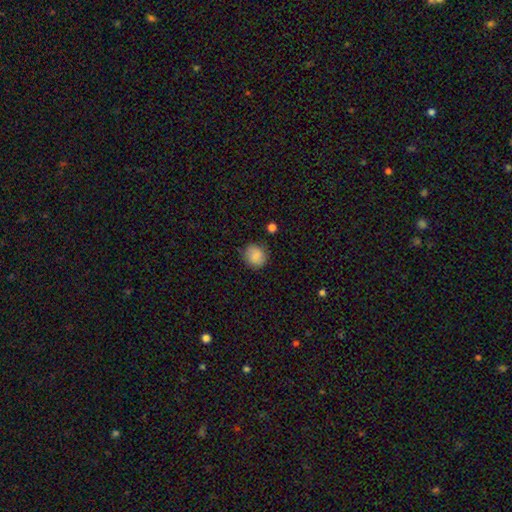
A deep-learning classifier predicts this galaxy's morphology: smooth 84%, star or artifact 8%, featured or disk 8%. Down the decision tree: how rounded — round (85%); merging — none (81%).